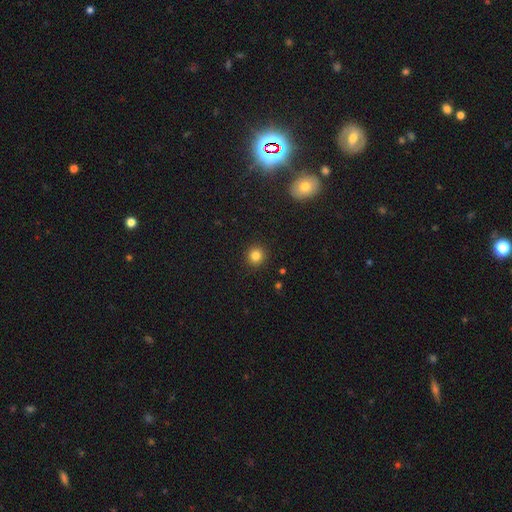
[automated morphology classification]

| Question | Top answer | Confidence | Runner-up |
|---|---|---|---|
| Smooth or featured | smooth | 83% | star or artifact (12%) |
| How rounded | round | 93% | in between (6%) |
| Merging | none | 92% | minor disturbance (5%) |